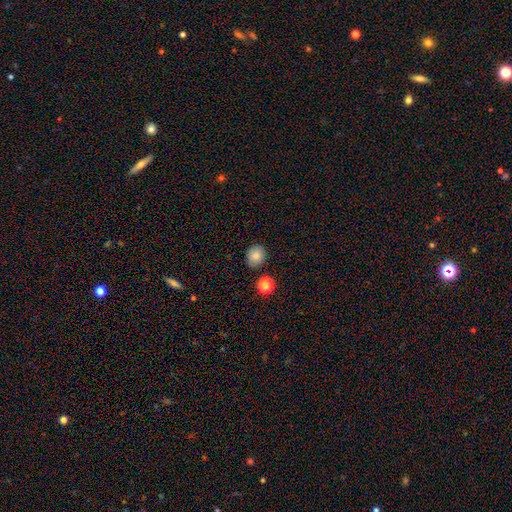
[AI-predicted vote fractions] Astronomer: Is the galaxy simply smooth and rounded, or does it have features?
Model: smooth — 83%.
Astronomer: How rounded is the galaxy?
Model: round — 75%.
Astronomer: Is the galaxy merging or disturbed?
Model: none — 85%.